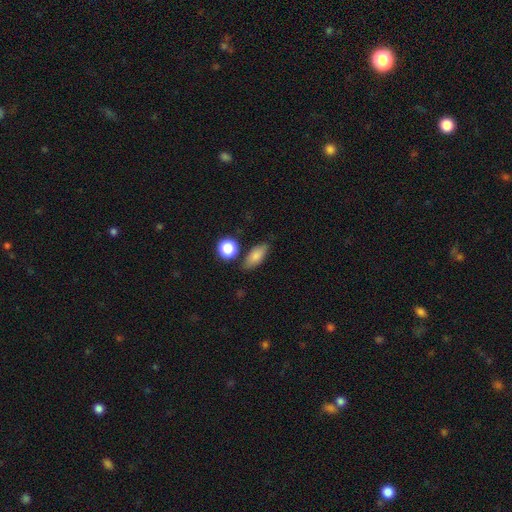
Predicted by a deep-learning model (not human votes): Smooth or featured?
  - smooth: 79% *
  - featured or disk: 12%
  - star or artifact: 9%
How rounded?
  - in between: 77% *
  - cigar-shaped: 15%
  - round: 7%
Merging?
  - none: 76% *
  - minor disturbance: 14%
  - merger: 6%
  - major disturbance: 3%